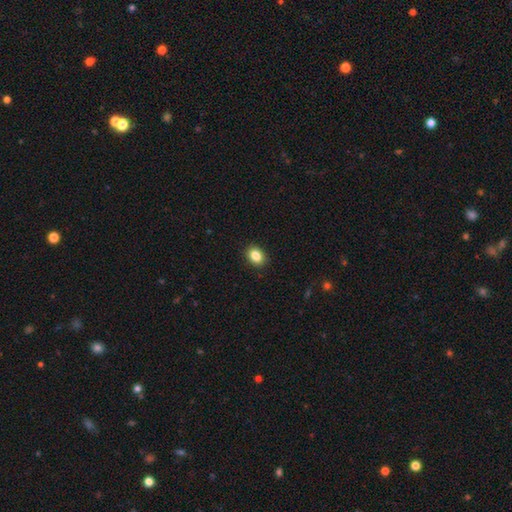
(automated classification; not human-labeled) Smooth or featured?
  - smooth: 86% *
  - star or artifact: 9%
  - featured or disk: 5%
How rounded?
  - in between: 66% *
  - round: 33%
  - cigar-shaped: 1%
Merging?
  - none: 91% *
  - minor disturbance: 7%
  - major disturbance: 2%
  - merger: 1%